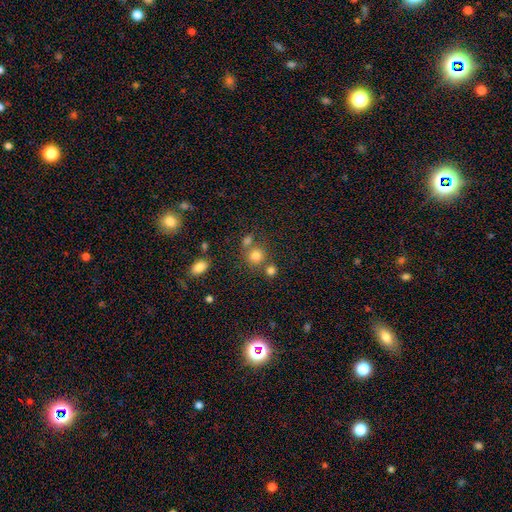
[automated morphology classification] The model was most divided on "merging": none: 64%, merger: 23%, minor disturbance: 9%, major disturbance: 4%. More confident: how rounded — round (86%); smooth or featured — smooth (78%).